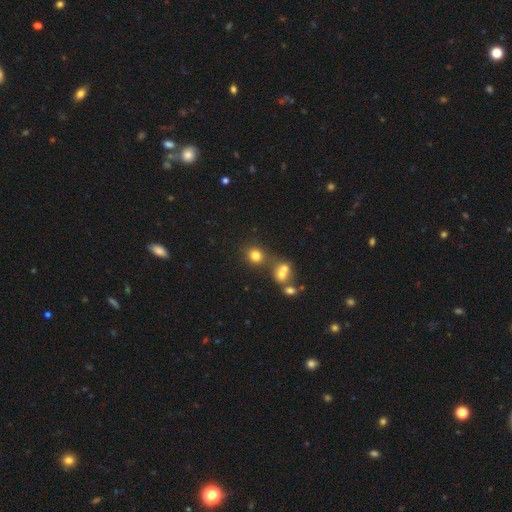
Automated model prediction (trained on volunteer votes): The model was most divided on "merging": none: 65%, merger: 21%, minor disturbance: 9%, major disturbance: 4%. More confident: how rounded — round (81%); smooth or featured — smooth (77%).